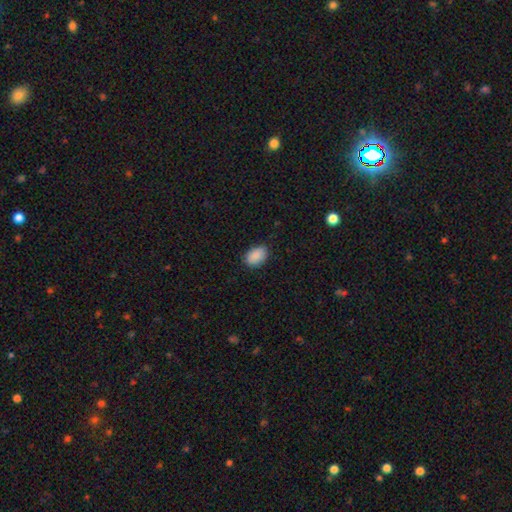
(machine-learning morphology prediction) type=smooth (90%); roundness=in between (87%); merging=none (83%).